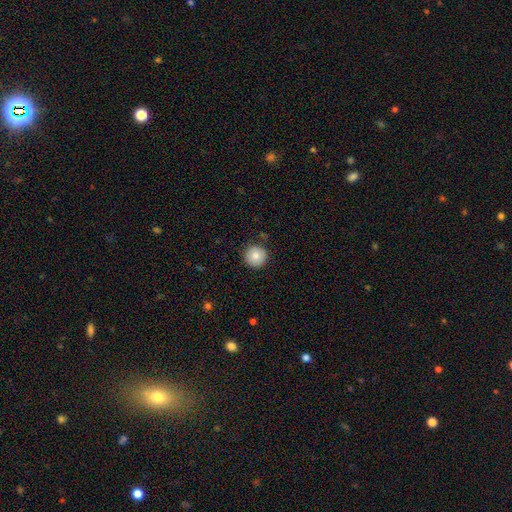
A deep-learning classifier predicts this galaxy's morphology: Smooth or featured? Predicted: smooth (p=0.83). How rounded? Predicted: round (p=0.96). Merging? Predicted: none (p=0.88).